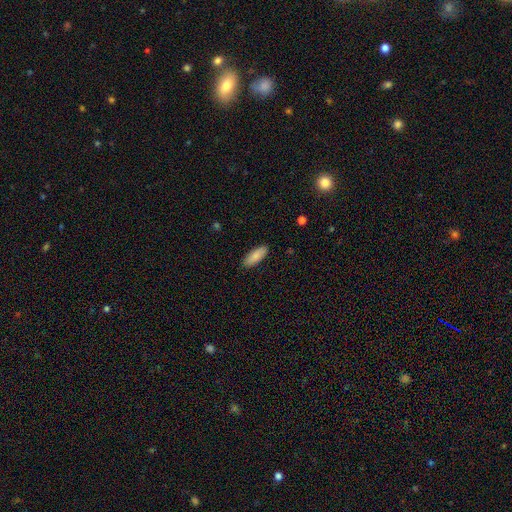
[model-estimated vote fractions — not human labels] Smooth or featured?
  - smooth: 85% *
  - featured or disk: 9%
  - star or artifact: 6%
How rounded?
  - in between: 70% *
  - cigar-shaped: 28%
  - round: 2%
Merging?
  - none: 89% *
  - minor disturbance: 8%
  - major disturbance: 2%
  - merger: 1%